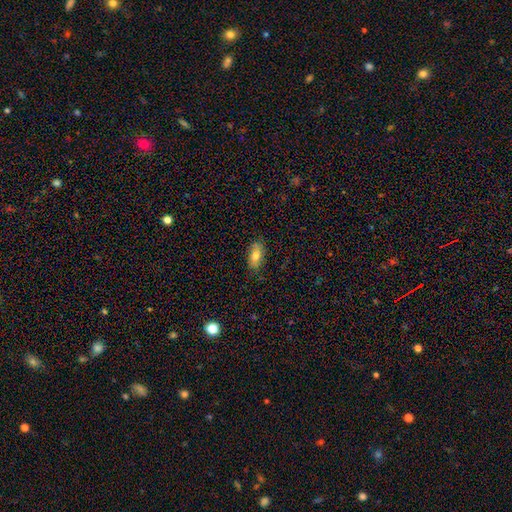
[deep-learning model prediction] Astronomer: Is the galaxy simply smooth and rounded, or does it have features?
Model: smooth — 77%.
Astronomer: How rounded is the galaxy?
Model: in between — 89%.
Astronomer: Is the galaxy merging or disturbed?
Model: none — 82%.